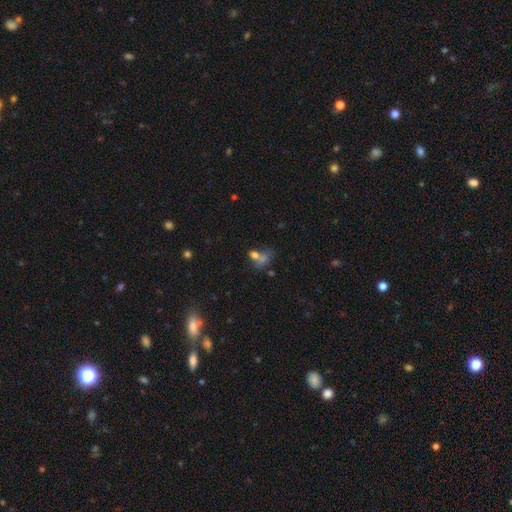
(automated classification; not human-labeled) A smooth galaxy with no disk features (64%) that is in between round and cigar-shaped (67%). Merging: merger (46%).